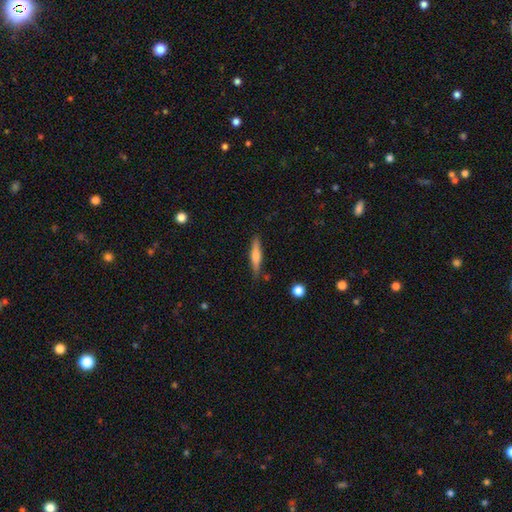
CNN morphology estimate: This appears to be a smooth galaxy with no disk features (58%) that is cigar-shaped (85%). Merging: none (84%).